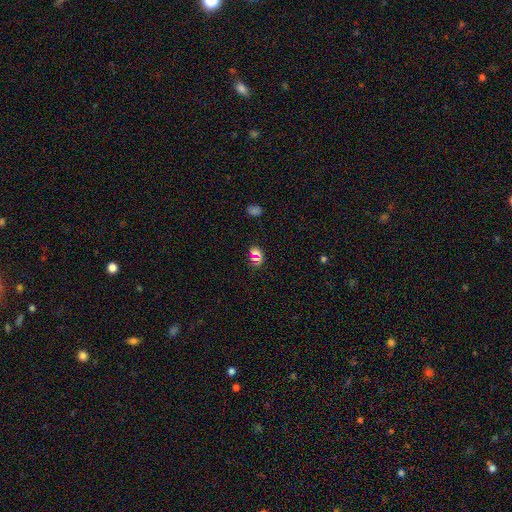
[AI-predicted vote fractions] Morphology: type=smooth (50%); roundness=round (51%); merging=none (77%).